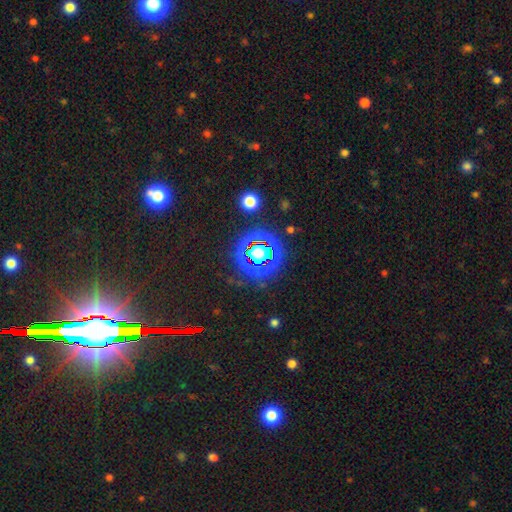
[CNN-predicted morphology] type=star or artifact (75%).